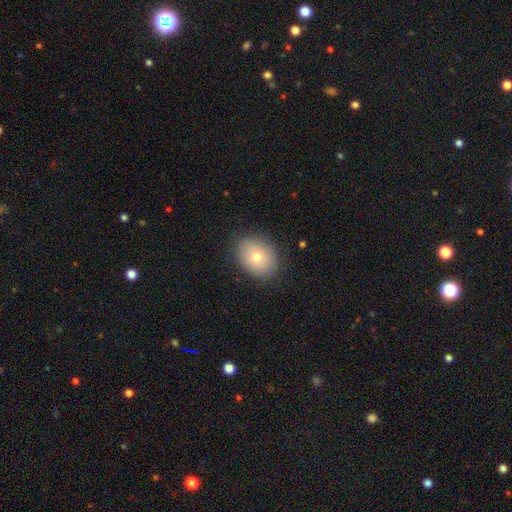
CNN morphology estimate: Smooth or featured? smooth (74%)
How rounded? in between (53%)
Merging? none (87%)